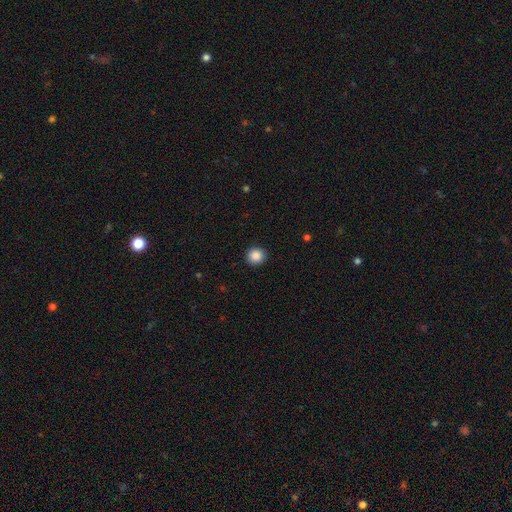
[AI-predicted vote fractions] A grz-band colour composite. It shows a smooth galaxy with no disk features (88%) that is round (90%). Merging: none (92%).